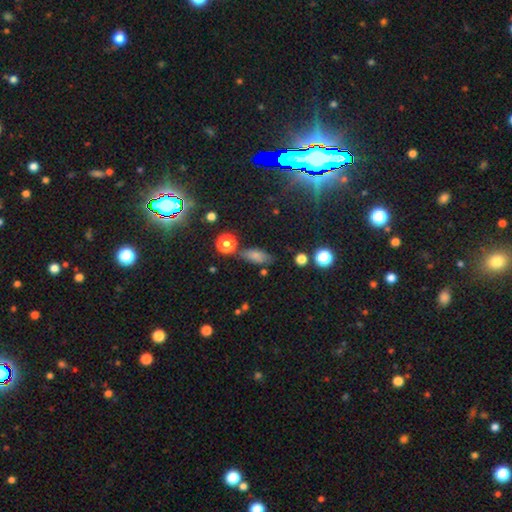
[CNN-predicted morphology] A smooth galaxy with no disk features (73%) that is in between round and cigar-shaped (74%). Merging: none (69%).